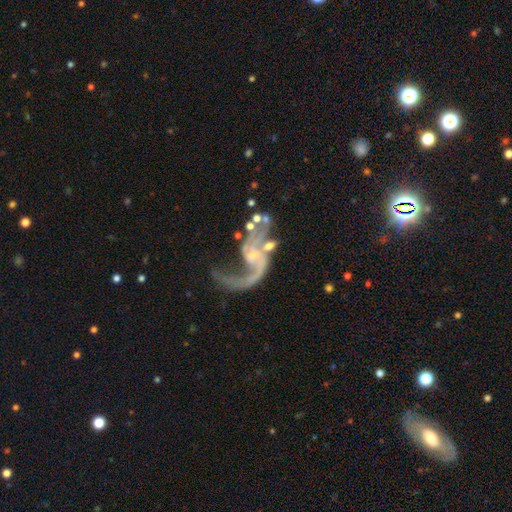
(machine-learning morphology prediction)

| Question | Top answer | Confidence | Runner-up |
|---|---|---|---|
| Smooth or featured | featured or disk | 85% | star or artifact (8%) |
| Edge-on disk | no | 97% | yes (3%) |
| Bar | no | 64% | weak (28%) |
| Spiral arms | yes | 87% | no (13%) |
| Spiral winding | loose | 78% | medium (17%) |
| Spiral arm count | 2 | 56% | 1 (33%) |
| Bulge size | small | 58% | none (24%) |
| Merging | major disturbance | 41% | none (30%) |